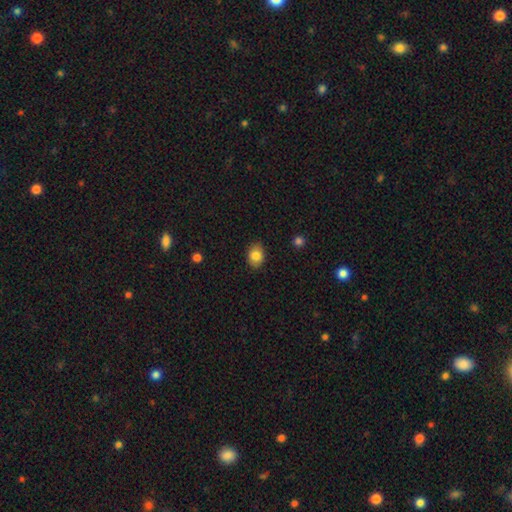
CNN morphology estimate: A smooth galaxy with no disk features (84%) that is in between round and cigar-shaped (69%).

Vote fractions:
- Smooth or featured? smooth: 84% / star or artifact: 8% / featured or disk: 8%
- How rounded? in between: 69% / round: 30% / cigar-shaped: 1%
- Merging? none: 87% / minor disturbance: 10% / major disturbance: 2% / merger: 1%